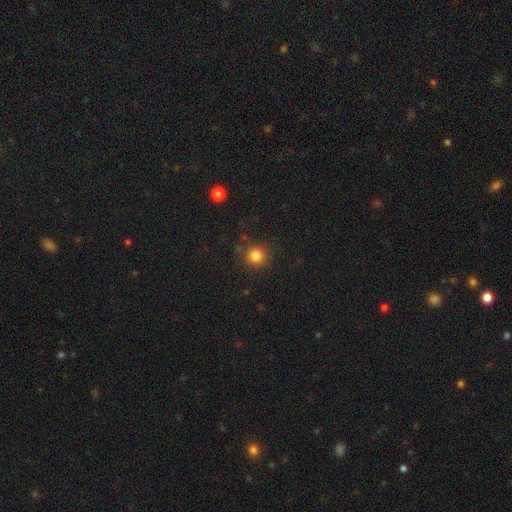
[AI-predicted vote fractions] A smooth galaxy with no disk features (82%) that is round (93%). Merging: none (84%).